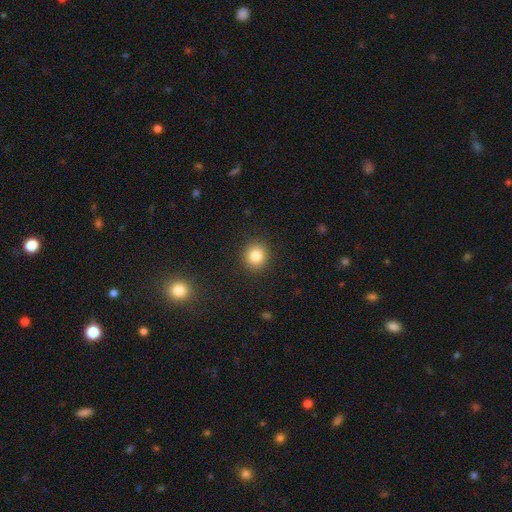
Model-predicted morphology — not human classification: smooth 83%, star or artifact 11%, featured or disk 6%. Down the decision tree: how rounded — round (89%); merging — none (91%).